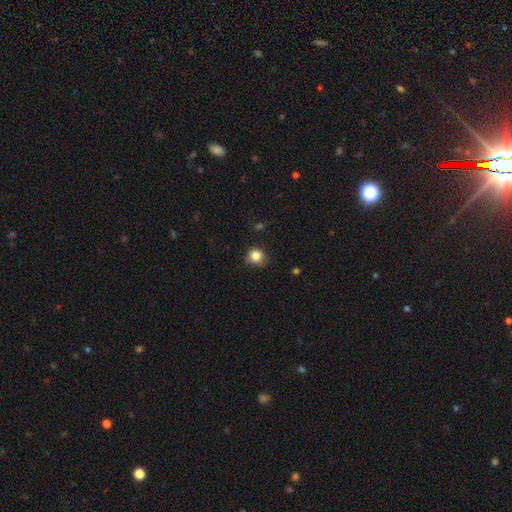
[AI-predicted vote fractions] smooth_or_featured: smooth (p=0.84) [alt: star or artifact p=0.11]
how_rounded: round (p=0.83) [alt: in between p=0.16]
merging: none (p=0.66) [alt: minor disturbance p=0.26]